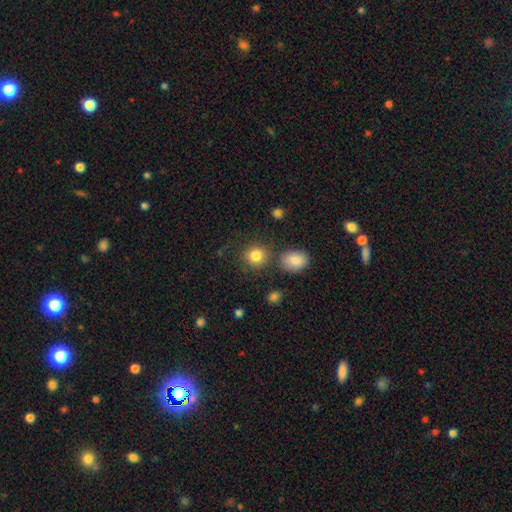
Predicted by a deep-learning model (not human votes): This is clearly a smooth galaxy (84%). How rounded: clearly round (85%). Merging: likely none (77%).